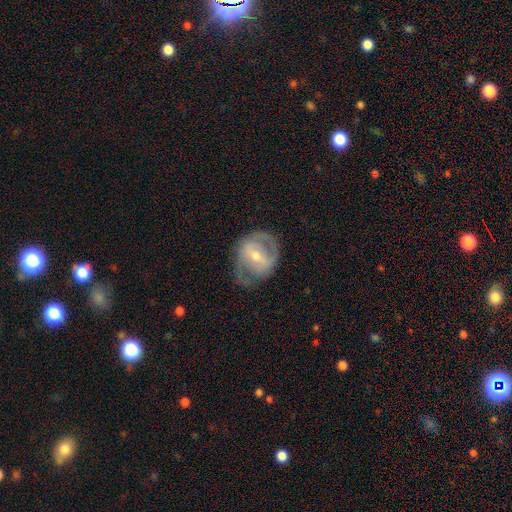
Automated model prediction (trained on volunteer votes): Smooth or featured? Predicted: featured or disk (p=0.74). Edge-on disk? Predicted: no (p=0.96). Bar? Predicted: weak (p=0.41). Spiral arms? Predicted: yes (p=0.76). Spiral winding? Predicted: medium (p=0.45). Spiral arm count? Predicted: 2 (p=0.73). Bulge size? Predicted: small (p=0.50). Merging? Predicted: none (p=0.61).